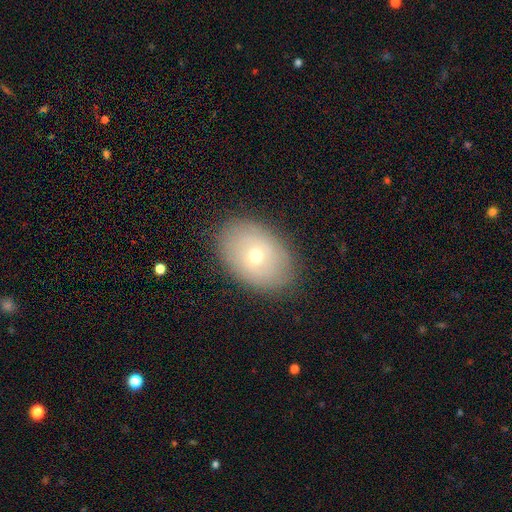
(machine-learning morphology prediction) Smooth or featured: smooth — 52% (featured or disk — 38%)
How rounded: in between — 80% (round — 18%)
Merging: none — 85% (minor disturbance — 11%)